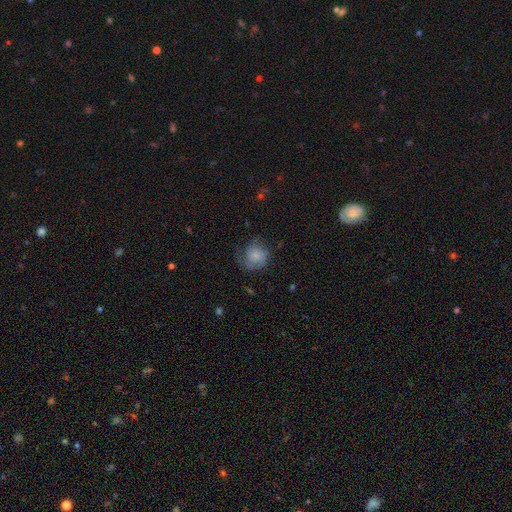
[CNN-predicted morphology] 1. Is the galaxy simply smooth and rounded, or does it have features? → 60% smooth, 31% featured or disk, 9% star or artifact.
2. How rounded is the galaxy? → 82% round, 17% in between, 1% cigar-shaped.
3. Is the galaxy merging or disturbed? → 54% none, 27% minor disturbance, 18% major disturbance, 1% merger.